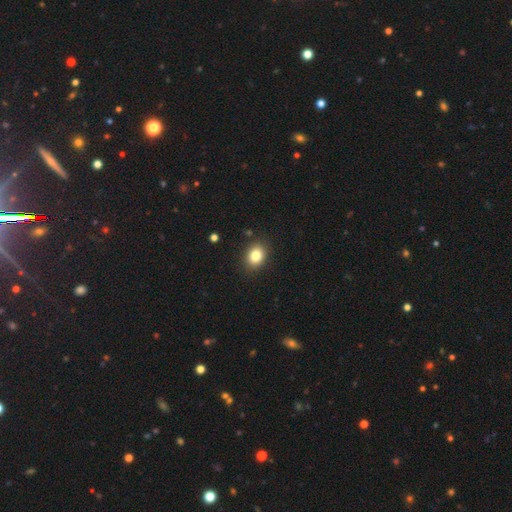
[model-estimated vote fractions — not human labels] smooth-or-featured: smooth: 83% | star or artifact: 10% | featured or disk: 7%
  how-rounded: in between: 62% | round: 37% | cigar-shaped: 1%
  merging: none: 88% | minor disturbance: 9% | major disturbance: 2% | merger: 1%